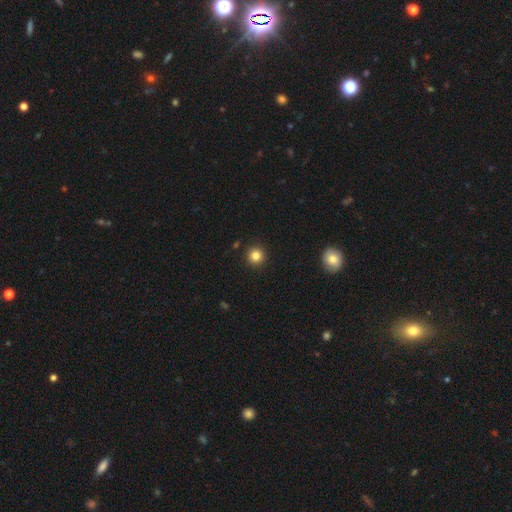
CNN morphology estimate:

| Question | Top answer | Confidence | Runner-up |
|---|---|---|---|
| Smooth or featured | smooth | 84% | star or artifact (12%) |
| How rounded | round | 95% | in between (4%) |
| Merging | none | 92% | minor disturbance (5%) |